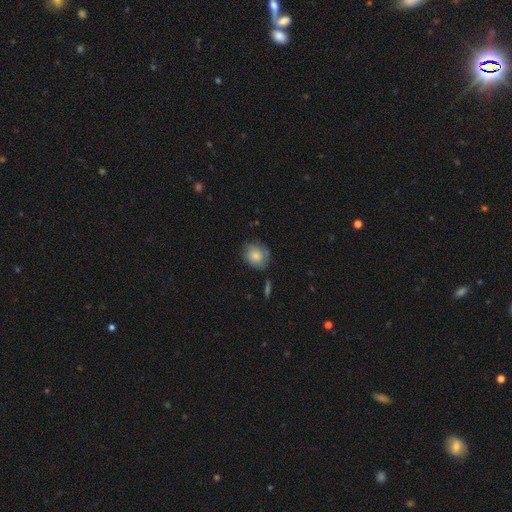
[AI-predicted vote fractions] Overall: smooth (73%). How rounded: round (63%; in between 36%). Merging: none (70%).